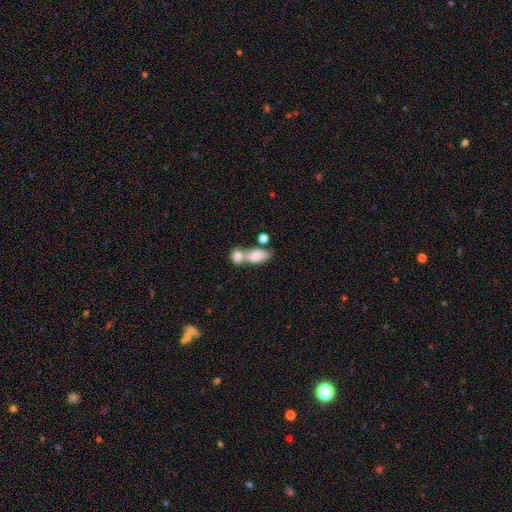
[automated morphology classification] A smooth galaxy with no disk features (80%) that is in between round and cigar-shaped (86%). Merging: merger (62%).